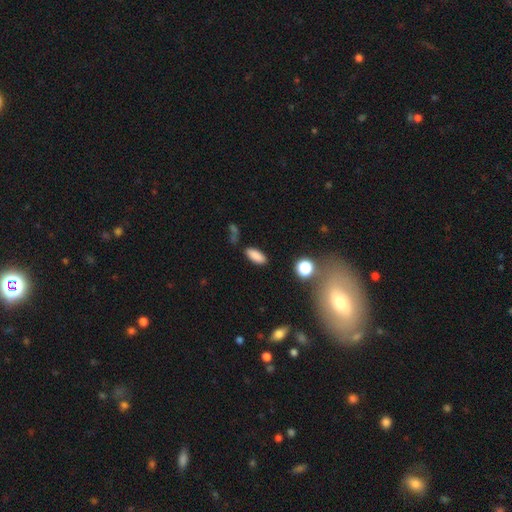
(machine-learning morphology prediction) Smooth or featured? smooth (85%)
How rounded? in between (78%)
Merging? none (84%)